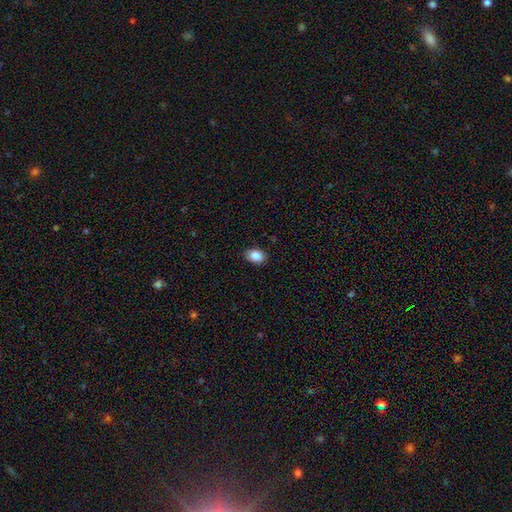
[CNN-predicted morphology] Q: Smooth or featured?
A: smooth (88%); runner-up: star or artifact (8%)
Q: How rounded?
A: in between (81%); runner-up: round (18%)
Q: Merging?
A: none (87%); runner-up: minor disturbance (10%)